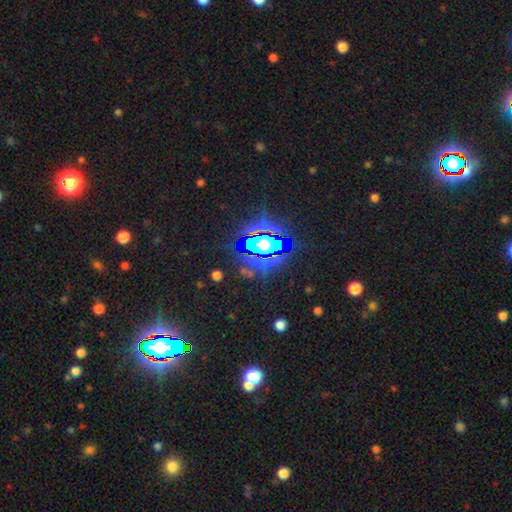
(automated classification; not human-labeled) Overall: star or artifact (84%).